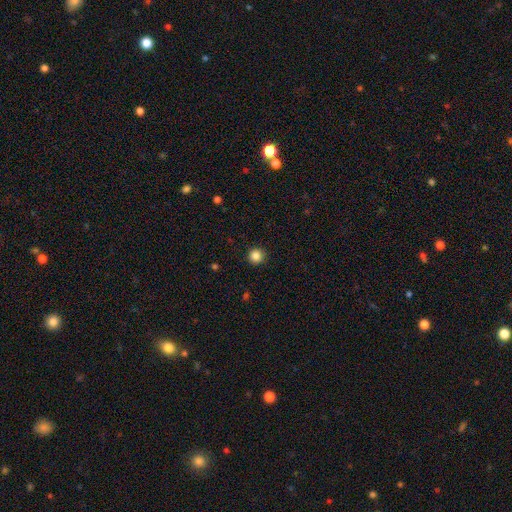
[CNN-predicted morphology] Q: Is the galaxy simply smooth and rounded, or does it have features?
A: smooth — 85%.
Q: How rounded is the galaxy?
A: round — 95%.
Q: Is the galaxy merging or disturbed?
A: none — 92%.